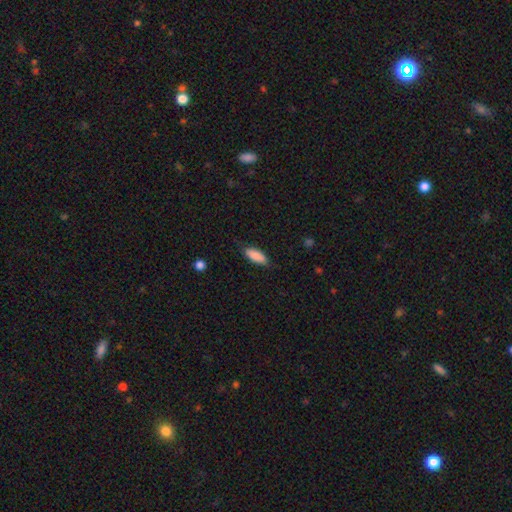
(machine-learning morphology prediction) A smooth galaxy with no disk features (88%) that is in between round and cigar-shaped (78%).

Vote fractions:
- Smooth or featured? smooth: 88% / star or artifact: 6% / featured or disk: 6%
- How rounded? in between: 78% / cigar-shaped: 20% / round: 2%
- Merging? none: 78% / minor disturbance: 17% / major disturbance: 3% / merger: 1%